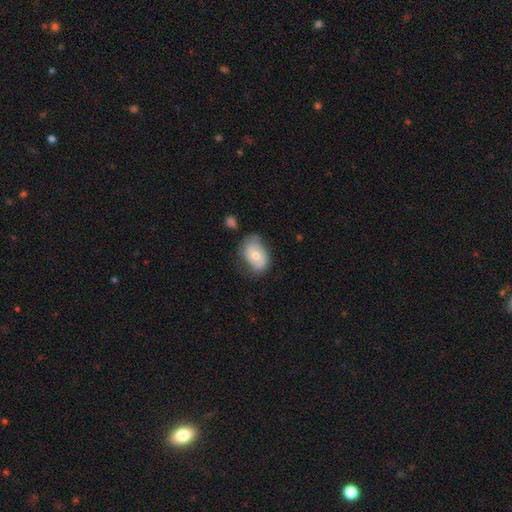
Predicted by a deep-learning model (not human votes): Overall: smooth (59%; featured or disk 35%). How rounded: in between (82%). Merging: none (56%; minor disturbance 30%).